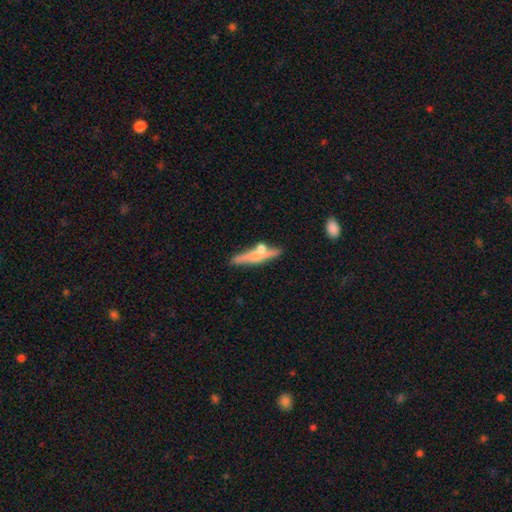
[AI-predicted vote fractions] Q: Smooth or featured?
A: smooth (50%); runner-up: featured or disk (43%)
Q: How rounded?
A: cigar-shaped (85%); runner-up: in between (13%)
Q: Merging?
A: none (67%); runner-up: minor disturbance (15%)